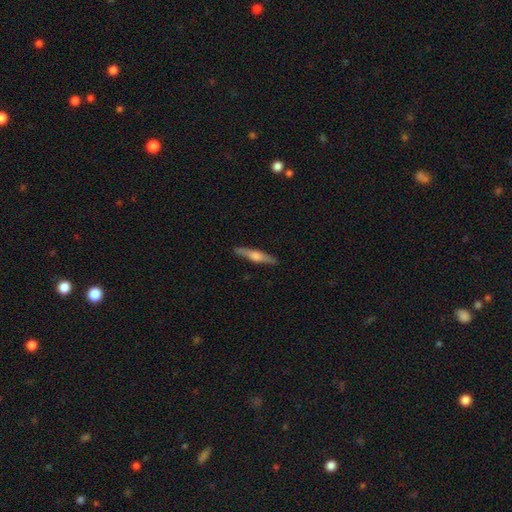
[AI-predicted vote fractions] A featured or disk galaxy (62%) viewed edge-on (96%) with a rounded central bulge (83%). Merging: none (89%).